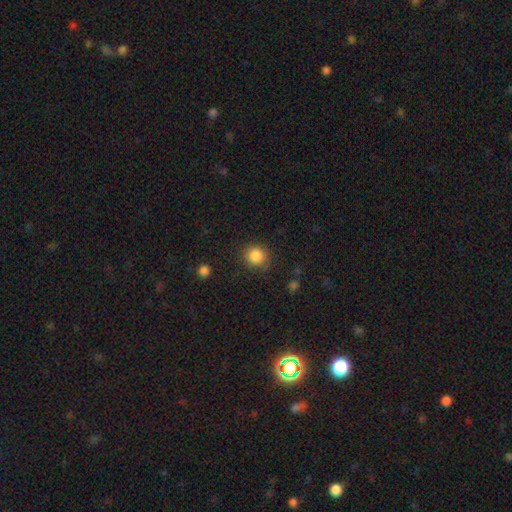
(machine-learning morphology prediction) Smooth or featured? smooth (86%)
How rounded? round (85%)
Merging? none (82%)